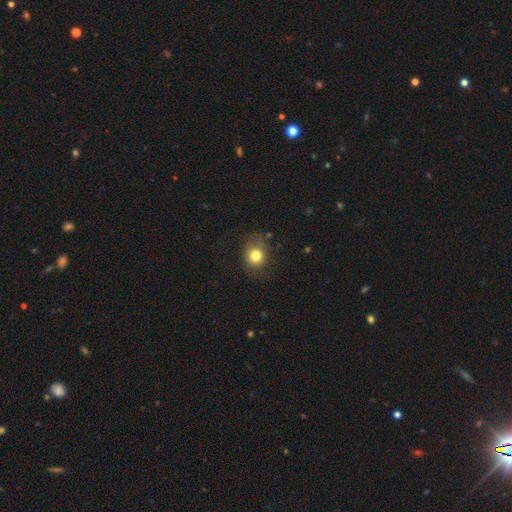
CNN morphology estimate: This appears to be a smooth galaxy with no disk features (80%) that is round (77%). Merging: none (75%).